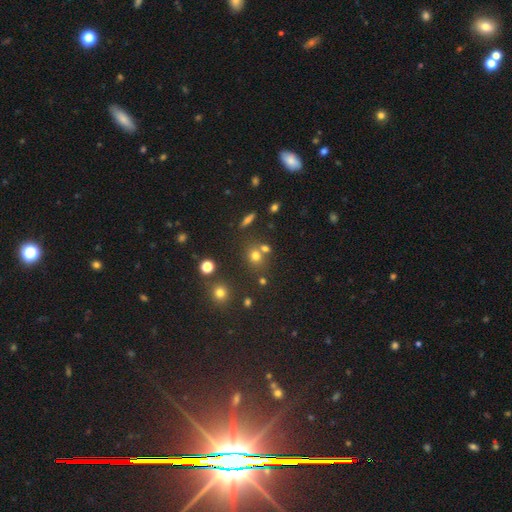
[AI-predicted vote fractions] A smooth galaxy with no disk features (69%) that is round (76%).

Vote fractions:
- Smooth or featured? smooth: 69% / star or artifact: 20% / featured or disk: 11%
- How rounded? round: 76% / in between: 23% / cigar-shaped: 1%
- Merging? none: 63% / merger: 22% / minor disturbance: 10% / major disturbance: 4%